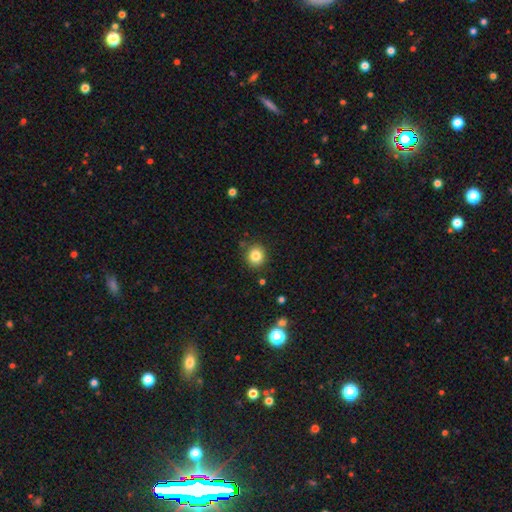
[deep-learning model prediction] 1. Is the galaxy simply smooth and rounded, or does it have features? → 83% smooth, 11% star or artifact, 6% featured or disk.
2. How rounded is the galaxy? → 89% round, 10% in between, 1% cigar-shaped.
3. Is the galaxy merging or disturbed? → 88% none, 8% minor disturbance, 2% major disturbance, 2% merger.